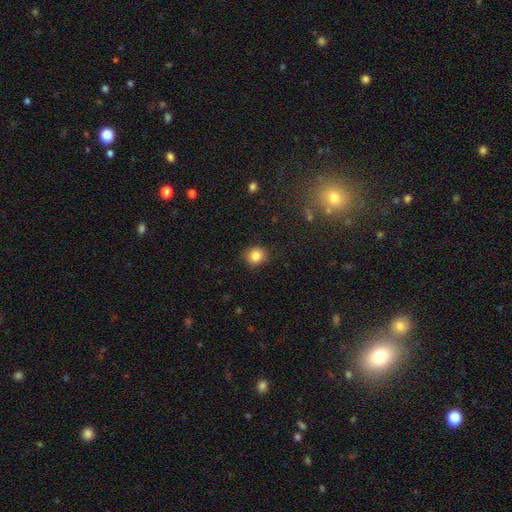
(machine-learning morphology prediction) The model was most divided on "how rounded": round: 85%, in between: 14%, cigar-shaped: 1%. More confident: merging — none (88%); smooth or featured — smooth (84%).